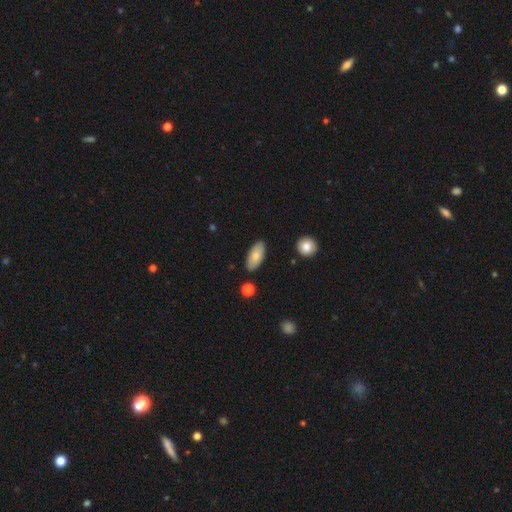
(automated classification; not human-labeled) Smooth or featured?
  - smooth: 80% *
  - featured or disk: 14%
  - star or artifact: 6%
How rounded?
  - in between: 90% *
  - cigar-shaped: 7%
  - round: 2%
Merging?
  - none: 85% *
  - minor disturbance: 11%
  - merger: 2%
  - major disturbance: 2%